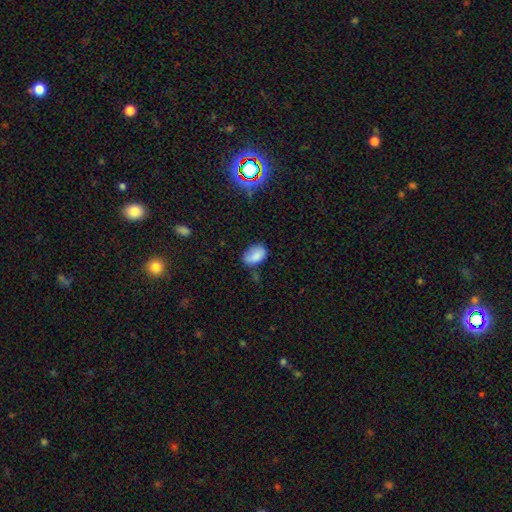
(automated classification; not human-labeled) A smooth galaxy with no disk features (83%) that is in between round and cigar-shaped (89%). Merging: none (58%).